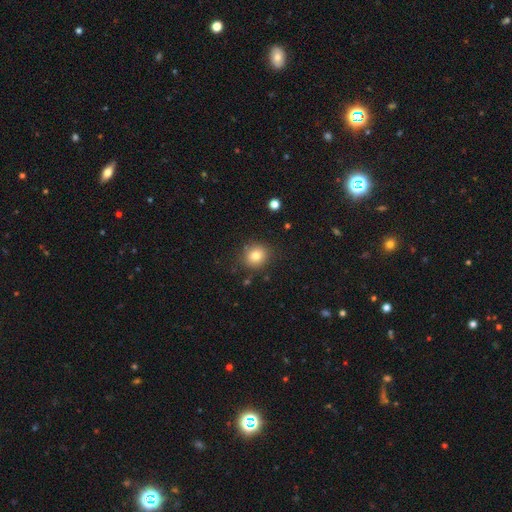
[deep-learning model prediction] smooth_or_featured: smooth (p=0.81) [alt: star or artifact p=0.11]
how_rounded: round (p=0.81) [alt: in between p=0.18]
merging: none (p=0.85) [alt: minor disturbance p=0.09]